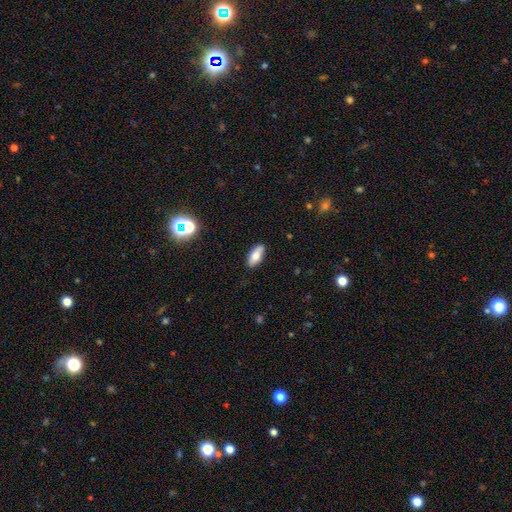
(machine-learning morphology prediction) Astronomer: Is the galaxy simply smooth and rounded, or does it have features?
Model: smooth — 75%.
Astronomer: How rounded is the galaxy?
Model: in between — 80%.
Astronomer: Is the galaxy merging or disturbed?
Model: none — 86%.